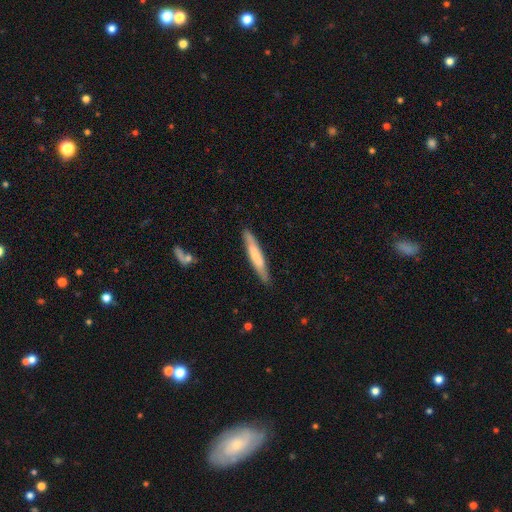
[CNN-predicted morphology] Smooth or featured: smooth — 61% (featured or disk — 34%)
How rounded: cigar-shaped — 93% (in between — 5%)
Merging: none — 86% (minor disturbance — 10%)